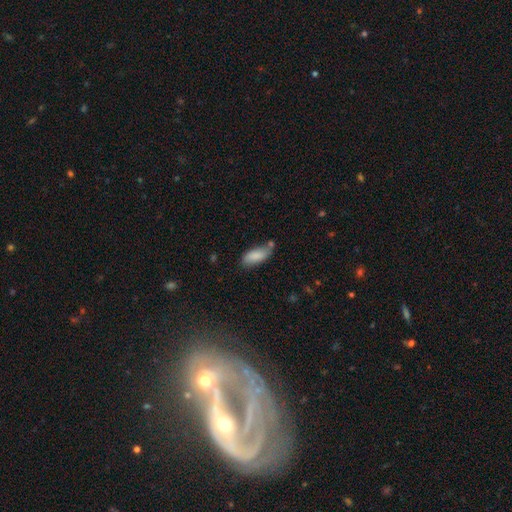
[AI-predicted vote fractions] Smooth or featured: smooth — 84% (featured or disk — 9%)
How rounded: in between — 82% (cigar-shaped — 16%)
Merging: none — 57% (minor disturbance — 24%)